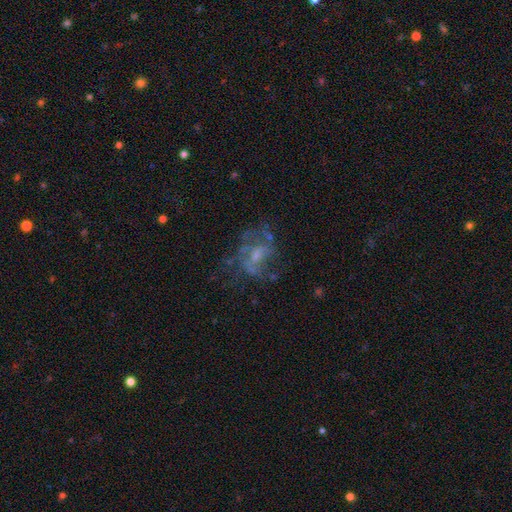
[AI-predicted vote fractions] Overall: featured or disk (67%). Edge-on disk: no (97%). Bar: no (52%; weak 38%). Spiral arms: yes (52%; no 48%). Bulge size: small (41%; moderate 33%). Merging: none (46%; major disturbance 32%).